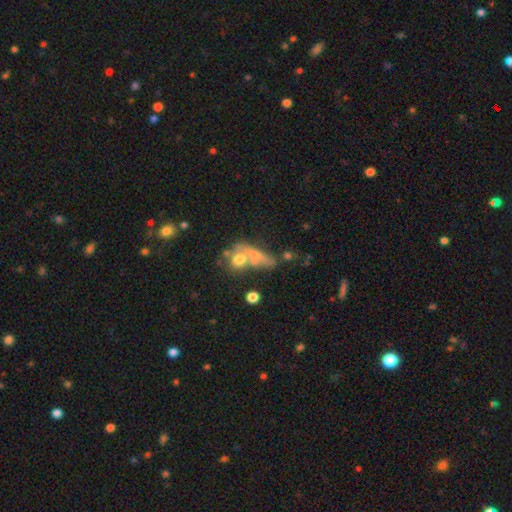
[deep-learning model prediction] A smooth galaxy with no disk features (58%) that is in between round and cigar-shaped (39%). Merging: merger (39%).